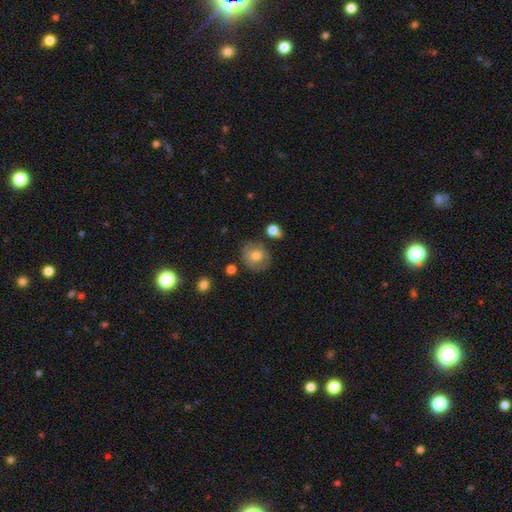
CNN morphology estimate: Smooth or featured?
  - smooth: 64% *
  - featured or disk: 28%
  - star or artifact: 9%
How rounded?
  - round: 69% *
  - in between: 30%
  - cigar-shaped: 1%
Merging?
  - none: 67% *
  - minor disturbance: 20%
  - major disturbance: 7%
  - merger: 6%